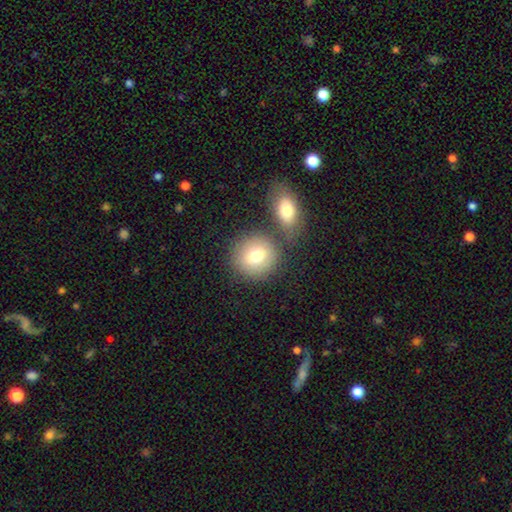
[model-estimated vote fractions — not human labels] This appears to be a smooth galaxy with no disk features (75%) that is round (81%). Merging: none (63%).